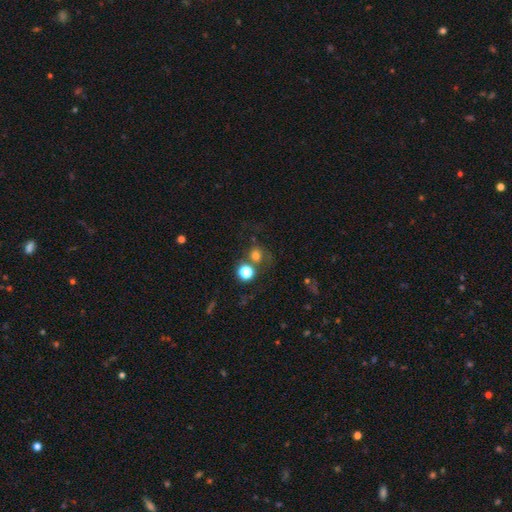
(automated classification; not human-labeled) A smooth galaxy with no disk features (68%) that is round (85%). Merging: none (56%).